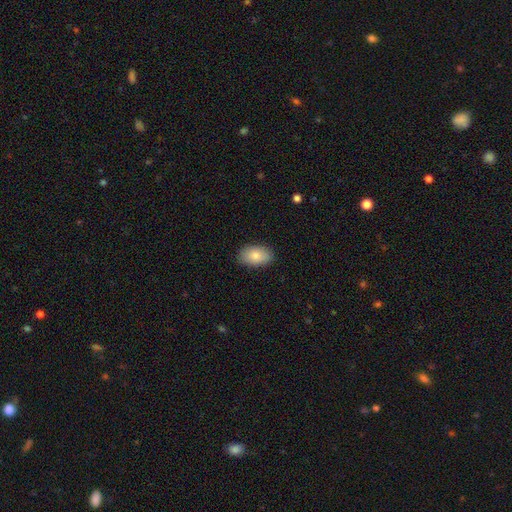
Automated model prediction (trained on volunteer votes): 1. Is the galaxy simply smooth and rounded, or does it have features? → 85% smooth, 9% featured or disk, 7% star or artifact.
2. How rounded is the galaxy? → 92% in between, 7% round, 1% cigar-shaped.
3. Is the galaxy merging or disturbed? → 87% none, 10% minor disturbance, 2% major disturbance, 1% merger.